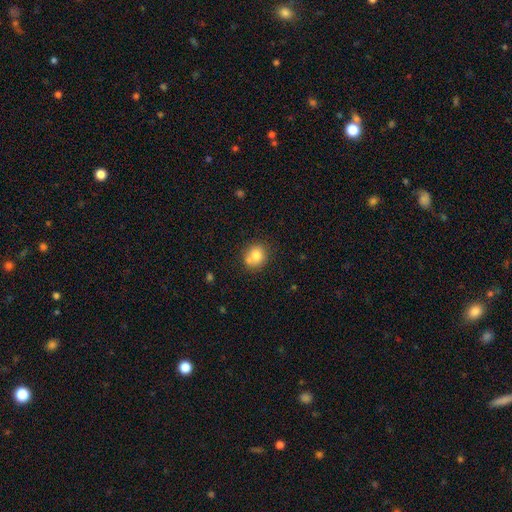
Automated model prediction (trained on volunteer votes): The model was most divided on "merging": none: 59%, merger: 20%, minor disturbance: 17%, major disturbance: 4%. More confident: smooth or featured — smooth (78%); how rounded — round (72%).